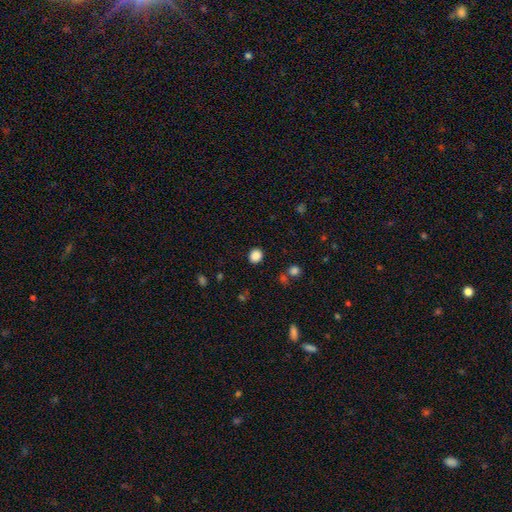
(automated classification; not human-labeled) The model was most divided on "how rounded": round: 71%, in between: 28%, cigar-shaped: 1%. More confident: merging — none (89%); smooth or featured — smooth (86%).